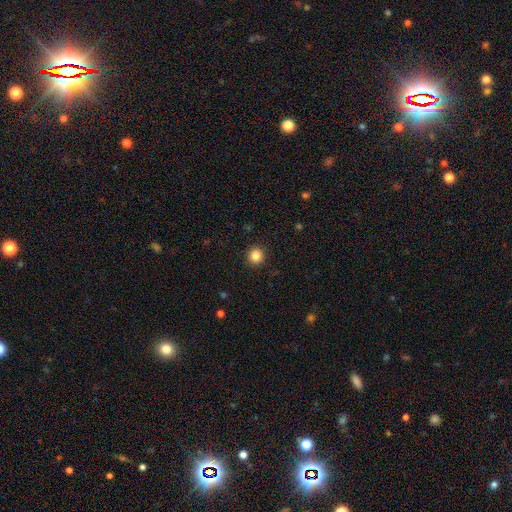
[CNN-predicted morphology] A smooth galaxy with no disk features (85%) that is round (93%). Merging: none (92%).